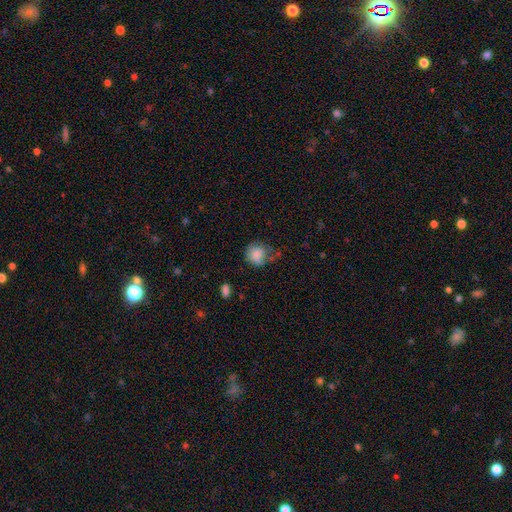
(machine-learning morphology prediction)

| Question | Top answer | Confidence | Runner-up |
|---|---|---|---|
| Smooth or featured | smooth | 81% | featured or disk (11%) |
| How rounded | round | 78% | in between (21%) |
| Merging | none | 45% | minor disturbance (32%) |